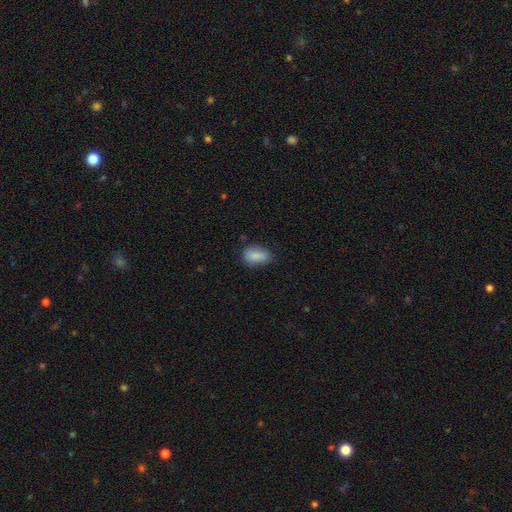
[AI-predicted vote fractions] Smooth or featured? Predicted: smooth (p=0.83). How rounded? Predicted: in between (p=0.84). Merging? Predicted: none (p=0.70).